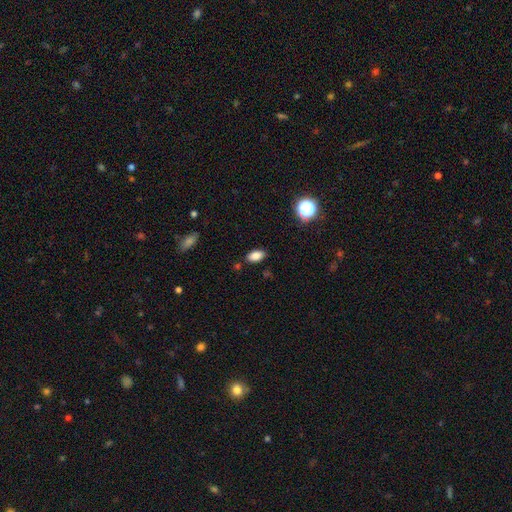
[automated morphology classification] Smooth or featured? smooth (83%)
How rounded? in between (91%)
Merging? none (84%)